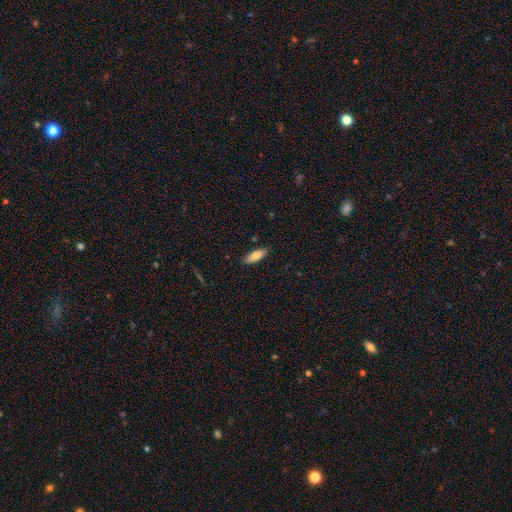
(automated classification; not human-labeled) Q: Smooth or featured?
A: smooth (81%); runner-up: featured or disk (13%)
Q: How rounded?
A: in between (68%); runner-up: cigar-shaped (31%)
Q: Merging?
A: none (87%); runner-up: minor disturbance (10%)